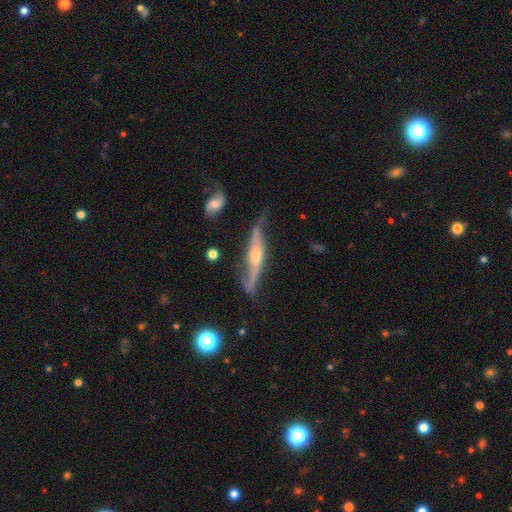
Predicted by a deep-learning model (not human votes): smooth-or-featured: featured or disk: 77% | smooth: 17% | star or artifact: 6%
  disk-edge-on: yes: 70% | no: 30%
    edge-on-bulge: rounded: 75% | none: 14% | boxy: 11%
  merging: none: 55% | minor disturbance: 29% | major disturbance: 12% | merger: 4%